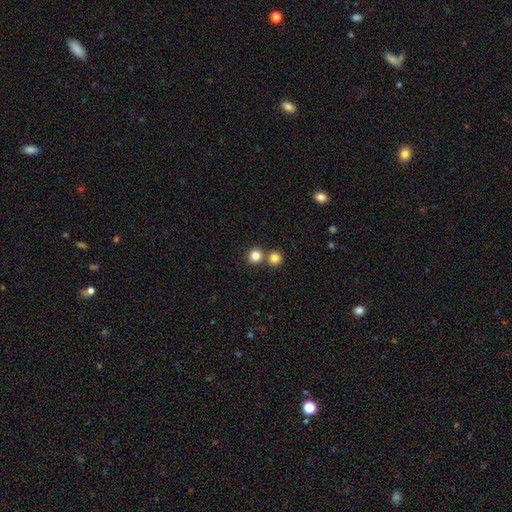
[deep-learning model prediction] The model was most divided on "merging": none: 64%, merger: 28%, minor disturbance: 6%, major disturbance: 2%. More confident: how rounded — round (90%); smooth or featured — smooth (83%).